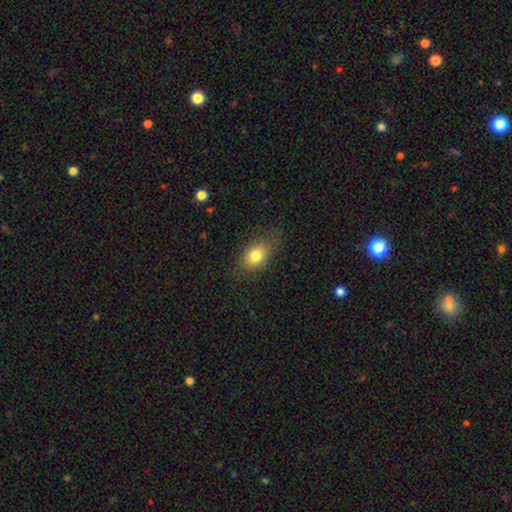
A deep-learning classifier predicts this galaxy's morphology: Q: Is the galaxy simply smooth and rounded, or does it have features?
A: smooth — 80%.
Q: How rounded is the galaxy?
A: in between — 78%.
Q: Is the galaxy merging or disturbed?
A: none — 75%.